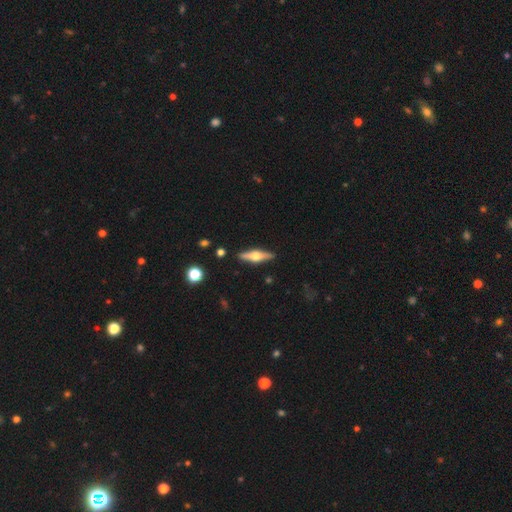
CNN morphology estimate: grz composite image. It shows a featured or disk galaxy (67%) viewed edge-on (96%) with a rounded central bulge (95%). Merging: none (90%).